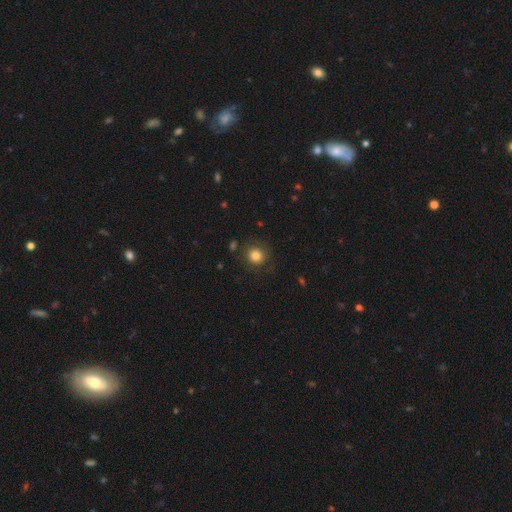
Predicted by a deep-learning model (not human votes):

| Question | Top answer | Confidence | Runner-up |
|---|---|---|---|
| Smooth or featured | smooth | 81% | star or artifact (11%) |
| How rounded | round | 87% | in between (12%) |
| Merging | none | 85% | minor disturbance (10%) |